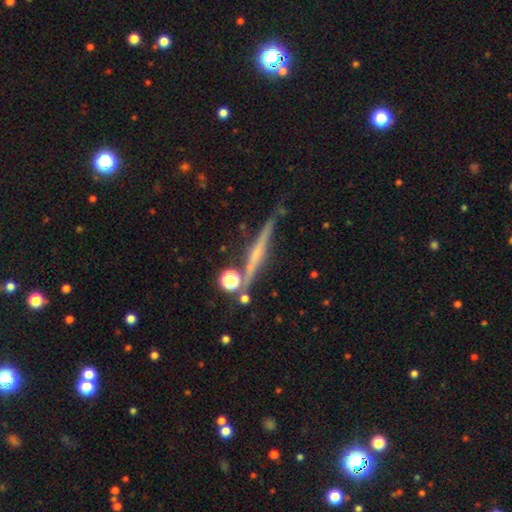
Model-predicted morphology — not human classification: A featured or disk galaxy (68%) viewed edge-on (97%) with no central bulge (50%). Merging: none (80%).